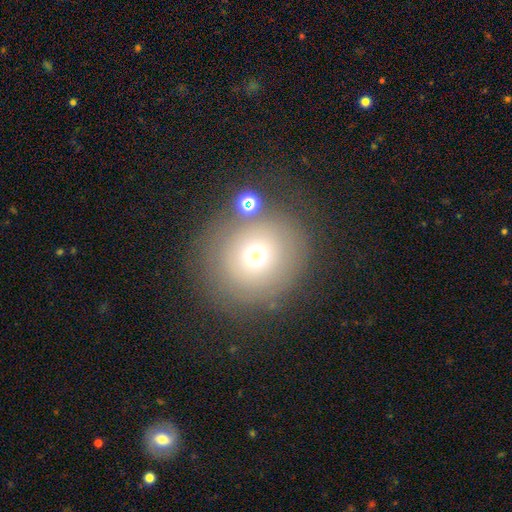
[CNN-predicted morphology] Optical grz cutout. It shows a smooth galaxy with no disk features (68%) that is round (88%). Merging: none (72%).